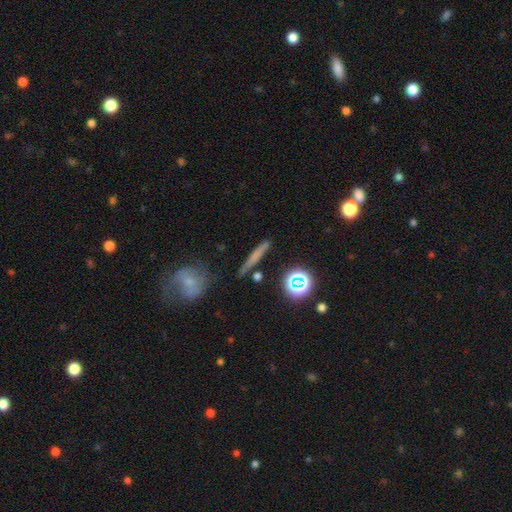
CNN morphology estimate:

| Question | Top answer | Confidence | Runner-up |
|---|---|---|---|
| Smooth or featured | smooth | 56% | featured or disk (31%) |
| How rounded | cigar-shaped | 86% | round (7%) |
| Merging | none | 83% | minor disturbance (11%) |